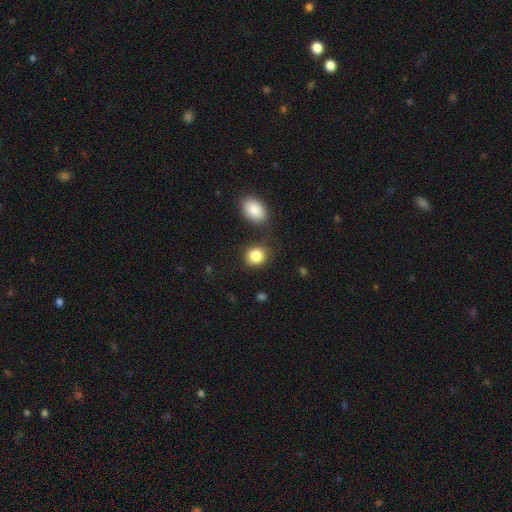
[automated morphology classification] Smooth or featured? smooth (85%)
How rounded? round (70%)
Merging? none (77%)